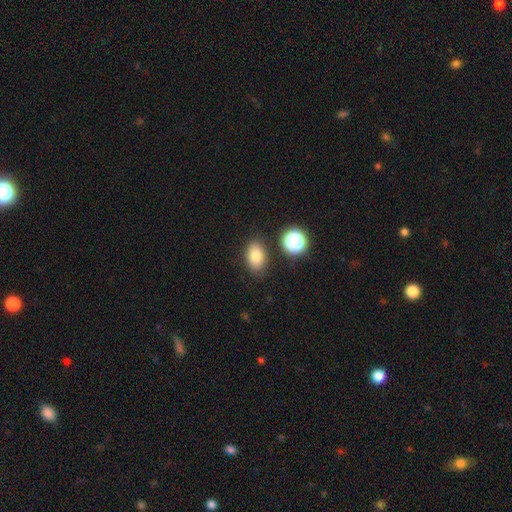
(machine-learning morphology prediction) type=smooth (81%); roundness=in between (85%); merging=none (83%).